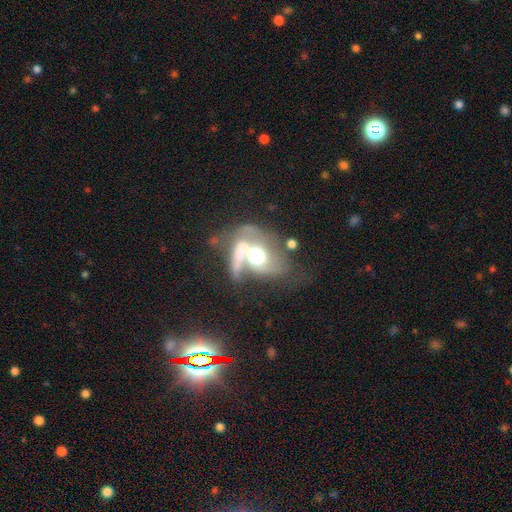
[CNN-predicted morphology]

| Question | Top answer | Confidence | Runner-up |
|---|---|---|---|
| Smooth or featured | featured or disk | 57% | smooth (33%) |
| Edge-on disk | no | 95% | yes (5%) |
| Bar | no | 79% | weak (15%) |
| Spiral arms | no | 55% | yes (45%) |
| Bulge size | moderate | 48% | large (37%) |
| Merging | merger | 54% | major disturbance (22%) |